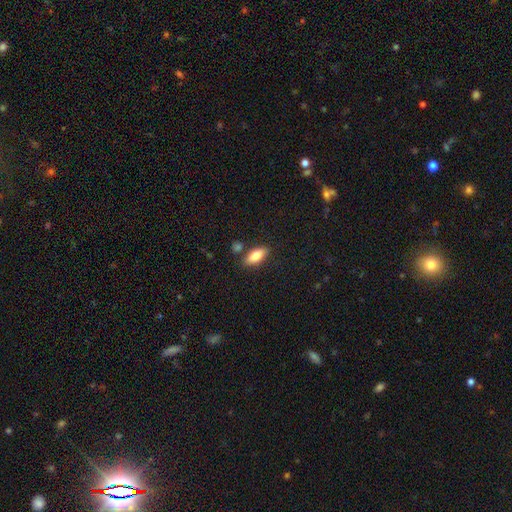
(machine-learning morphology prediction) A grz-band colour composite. It shows a smooth galaxy with no disk features (79%) that is in between round and cigar-shaped (83%). Merging: none (79%).